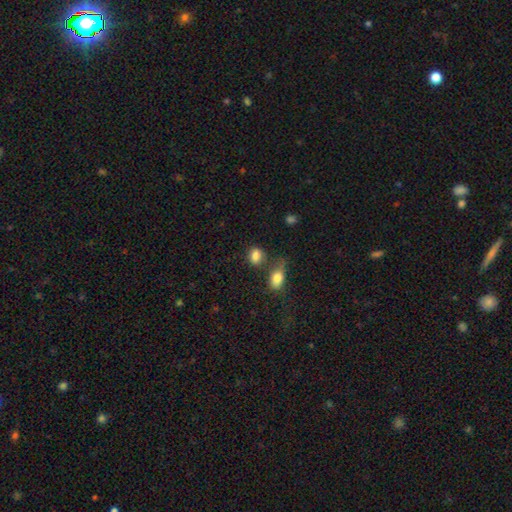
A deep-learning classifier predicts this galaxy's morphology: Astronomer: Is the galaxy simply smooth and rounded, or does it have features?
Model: smooth — 84%.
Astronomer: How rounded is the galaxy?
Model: in between — 65%.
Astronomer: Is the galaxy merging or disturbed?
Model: none — 59%.